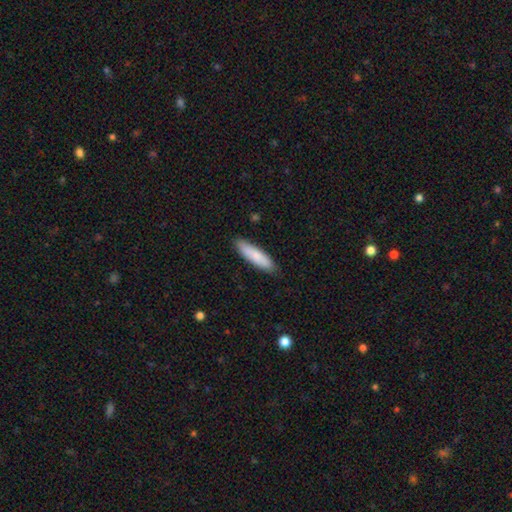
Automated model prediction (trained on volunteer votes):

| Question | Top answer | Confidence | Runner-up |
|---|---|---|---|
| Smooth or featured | smooth | 80% | featured or disk (14%) |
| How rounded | cigar-shaped | 68% | in between (30%) |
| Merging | none | 86% | minor disturbance (11%) |